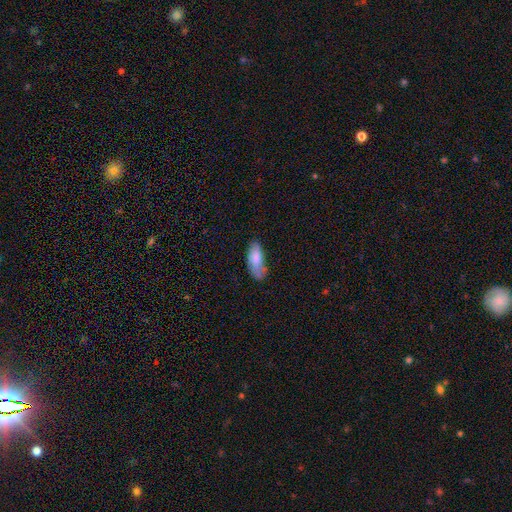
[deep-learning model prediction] The model was most divided on "merging": none: 53%, minor disturbance: 32%, major disturbance: 12%, merger: 3%. More confident: how rounded — in between (79%); smooth or featured — smooth (70%).